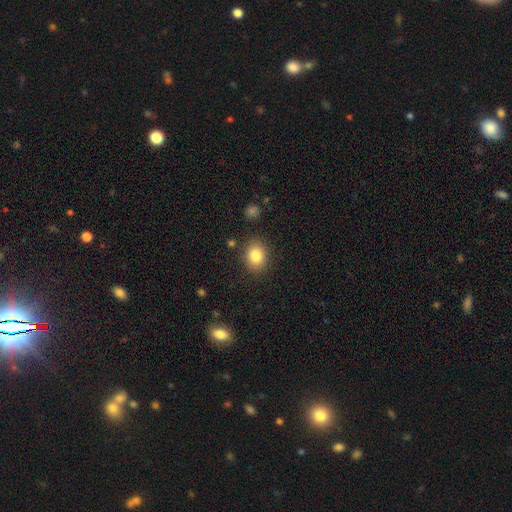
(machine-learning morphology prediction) A smooth galaxy with no disk features (82%) that is round (54%). Merging: none (86%).